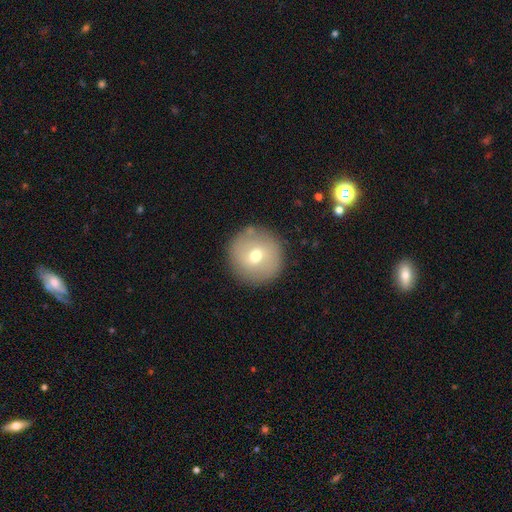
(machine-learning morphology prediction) Smooth or featured? smooth (64%)
How rounded? round (95%)
Merging? none (86%)